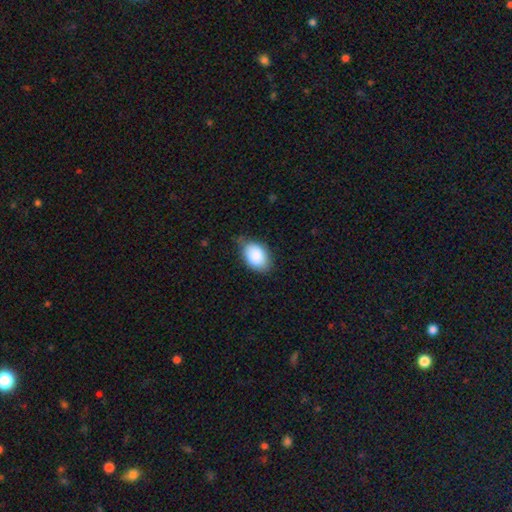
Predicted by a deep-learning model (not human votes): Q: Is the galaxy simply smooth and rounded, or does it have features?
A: smooth — 88%.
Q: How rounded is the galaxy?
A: in between — 89%.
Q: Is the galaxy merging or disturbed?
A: none — 68%.